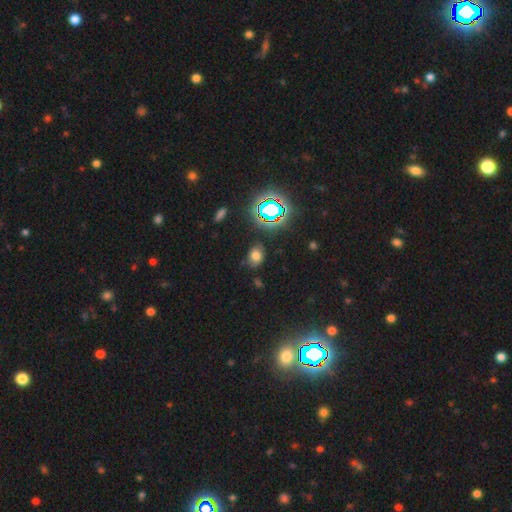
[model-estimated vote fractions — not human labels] Overall: smooth (64%; star or artifact 26%). How rounded: in between (66%; round 32%). Merging: none (75%).